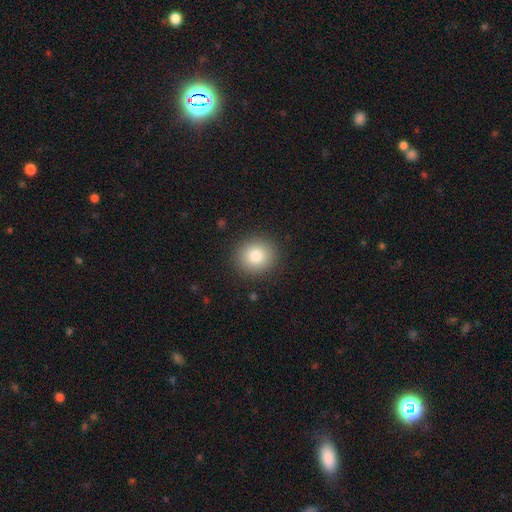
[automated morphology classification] The model was most divided on "smooth or featured": smooth: 83%, star or artifact: 10%, featured or disk: 8%. More confident: merging — none (90%); how rounded — round (87%).